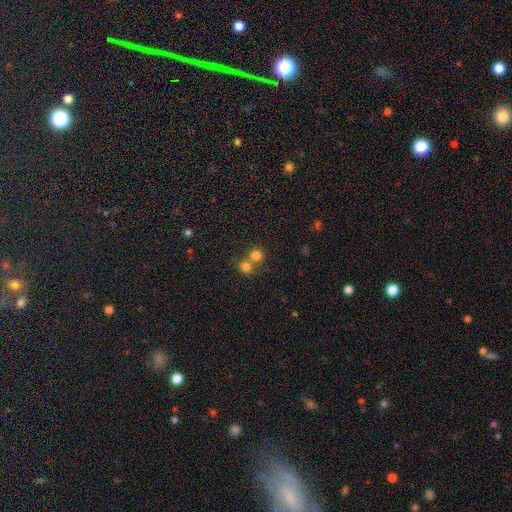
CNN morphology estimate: Smooth or featured? smooth (78%)
How rounded? round (90%)
Merging? none (49%)